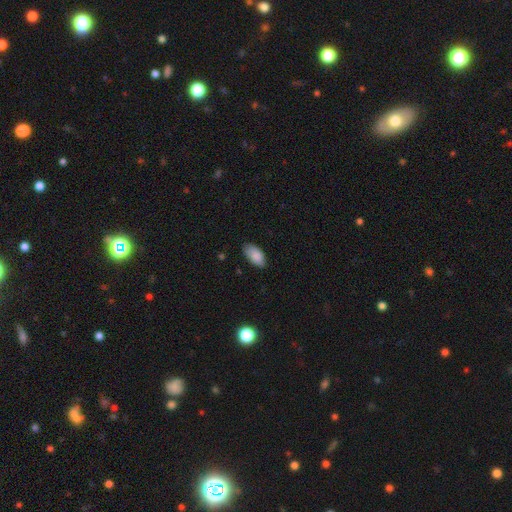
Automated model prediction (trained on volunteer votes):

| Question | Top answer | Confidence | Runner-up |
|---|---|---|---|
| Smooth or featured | smooth | 87% | star or artifact (7%) |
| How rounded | in between | 94% | cigar-shaped (3%) |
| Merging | none | 76% | minor disturbance (19%) |